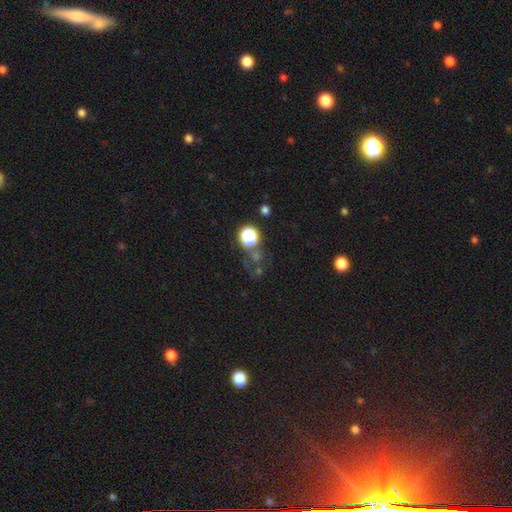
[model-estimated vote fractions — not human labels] smooth_or_featured: star or artifact (p=0.47) [alt: smooth p=0.41]